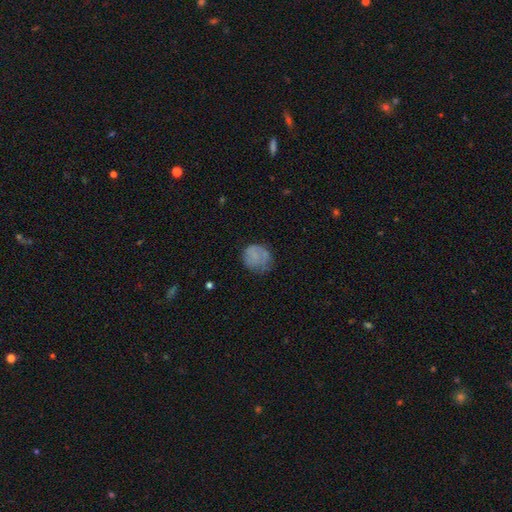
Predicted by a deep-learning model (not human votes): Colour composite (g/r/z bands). It shows a smooth galaxy with no disk features (69%) that is round (76%). Merging: none (57%).